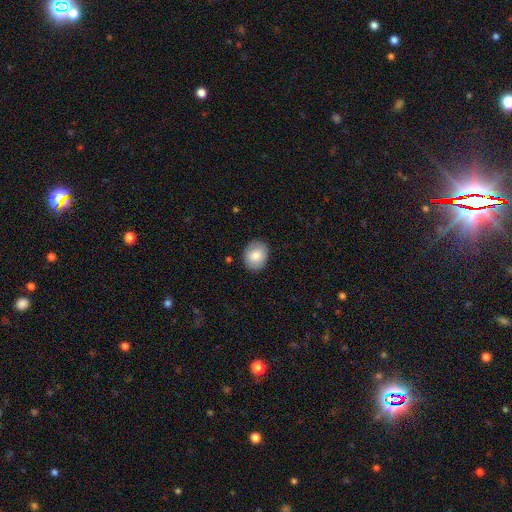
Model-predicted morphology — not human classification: smooth-or-featured: smooth: 80% | featured or disk: 13% | star or artifact: 7%
  how-rounded: round: 55% | in between: 44% | cigar-shaped: 1%
  merging: none: 84% | minor disturbance: 12% | major disturbance: 3% | merger: 1%